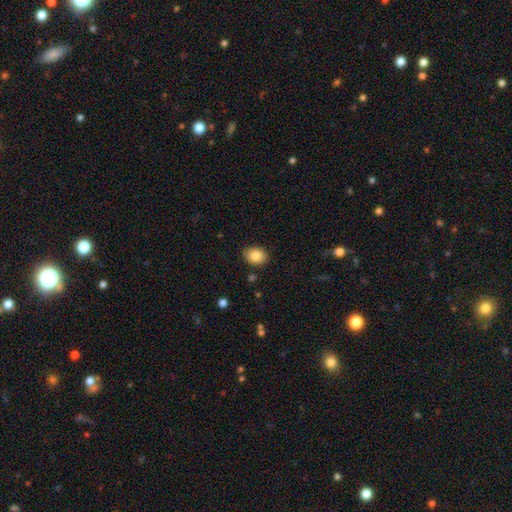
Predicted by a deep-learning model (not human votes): This is clearly a smooth galaxy (87%). How rounded: likely in between (61%). Merging: clearly none (86%).